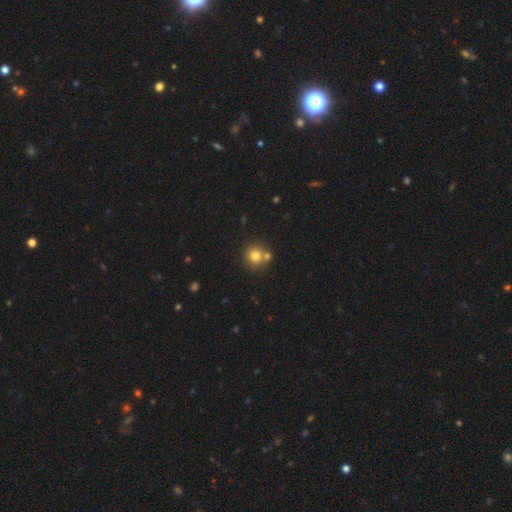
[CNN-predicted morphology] Q: Smooth or featured?
A: smooth (77%); runner-up: star or artifact (13%)
Q: How rounded?
A: round (91%); runner-up: in between (8%)
Q: Merging?
A: none (65%); runner-up: merger (24%)